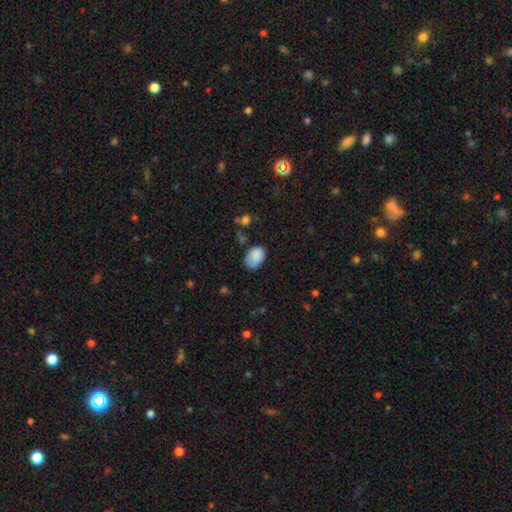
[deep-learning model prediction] smooth_or_featured: smooth (p=0.84) [alt: featured or disk p=0.08]
how_rounded: in between (p=0.74) [alt: round p=0.25]
merging: none (p=0.58) [alt: minor disturbance p=0.30]